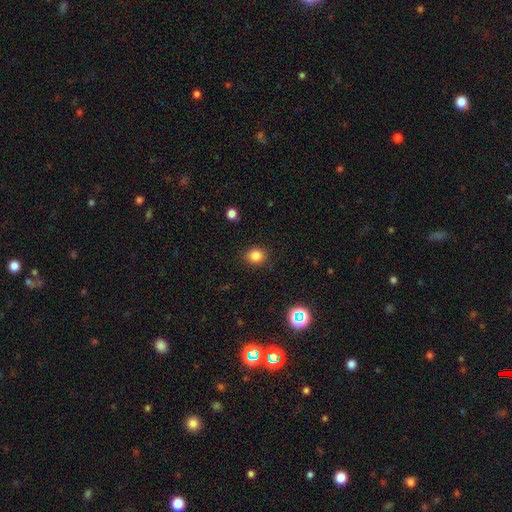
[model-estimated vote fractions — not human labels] Overall: smooth (83%). How rounded: round (68%; in between 31%). Merging: none (87%).